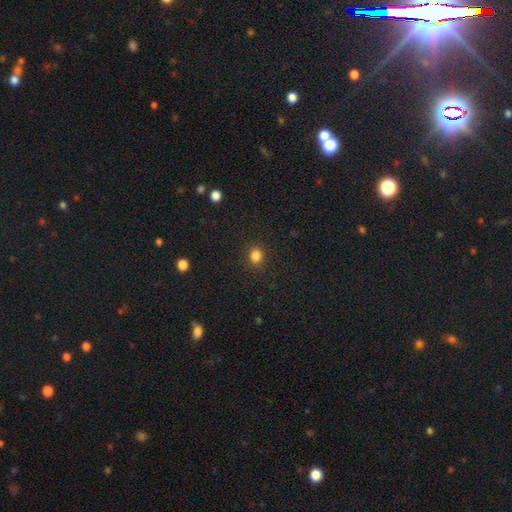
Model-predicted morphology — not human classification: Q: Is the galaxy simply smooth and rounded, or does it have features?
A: smooth — 84%.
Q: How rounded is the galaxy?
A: round — 69%.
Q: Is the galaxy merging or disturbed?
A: none — 89%.